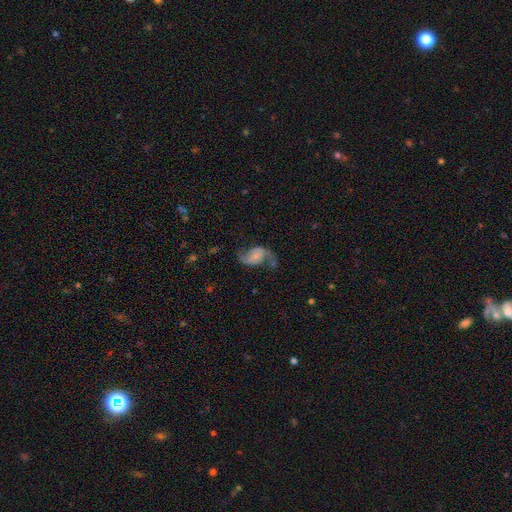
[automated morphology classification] The model was most divided on "bar": no: 58%, weak: 32%, strong: 10%. More confident: edge-on disk — no (98%); spiral arms — yes (94%); spiral arm count — 2 (91%); smooth or featured — featured or disk (81%); spiral winding — loose (66%); merging — none (59%); bulge size — small (57%).